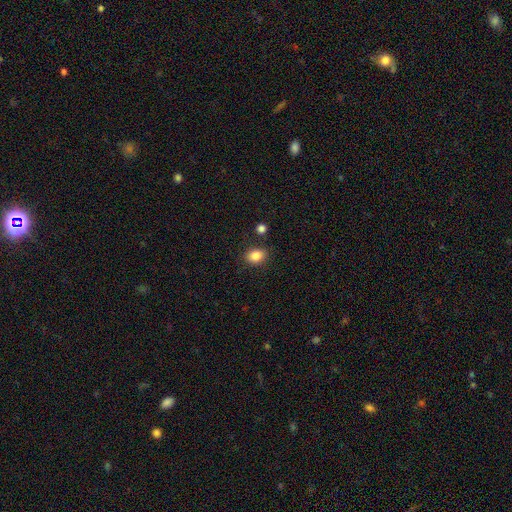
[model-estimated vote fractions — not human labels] A smooth galaxy with no disk features (85%) that is in between round and cigar-shaped (69%). Merging: none (82%).